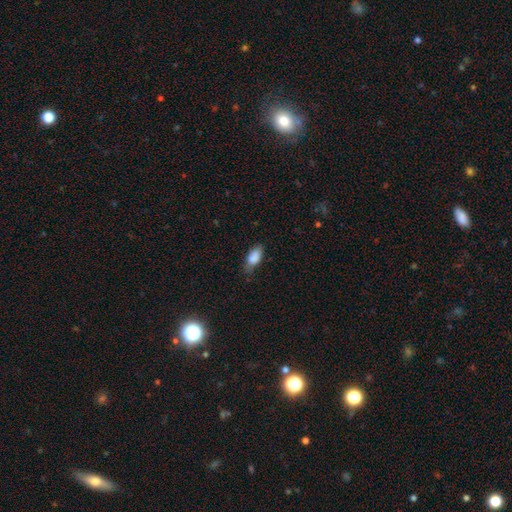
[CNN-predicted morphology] Smooth or featured? Predicted: smooth (p=0.85). How rounded? Predicted: in between (p=0.87). Merging? Predicted: none (p=0.63).